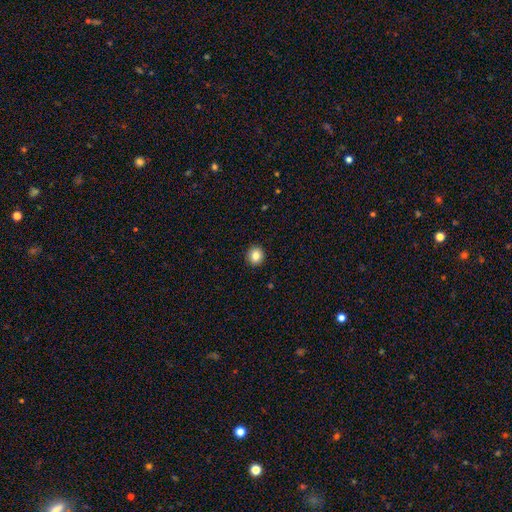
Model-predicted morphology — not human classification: Q: Smooth or featured?
A: smooth (84%); runner-up: star or artifact (10%)
Q: How rounded?
A: round (86%); runner-up: in between (13%)
Q: Merging?
A: none (92%); runner-up: minor disturbance (6%)